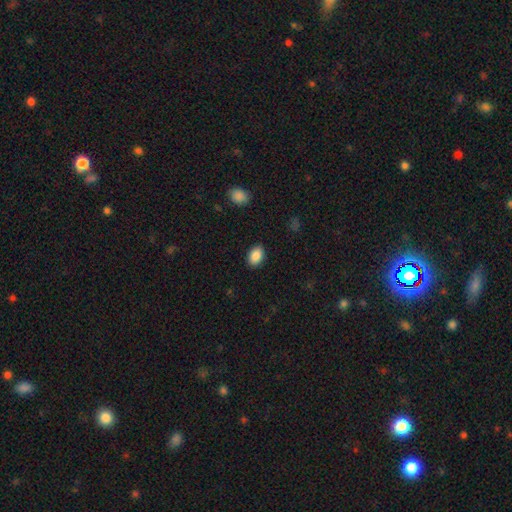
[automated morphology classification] type=smooth (89%); roundness=in between (82%); merging=none (89%).